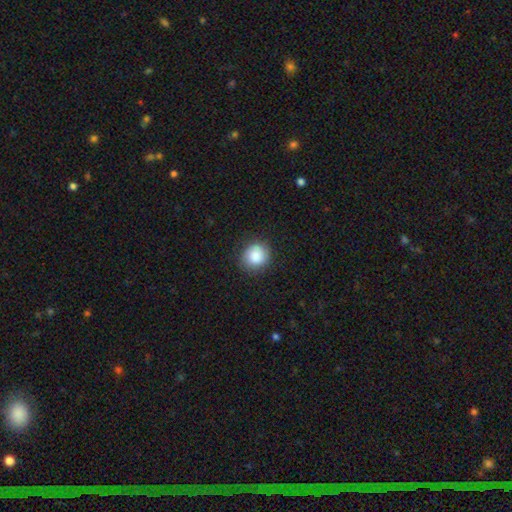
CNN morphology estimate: Smooth or featured? Predicted: smooth (p=0.87). How rounded? Predicted: round (p=0.87). Merging? Predicted: none (p=0.86).